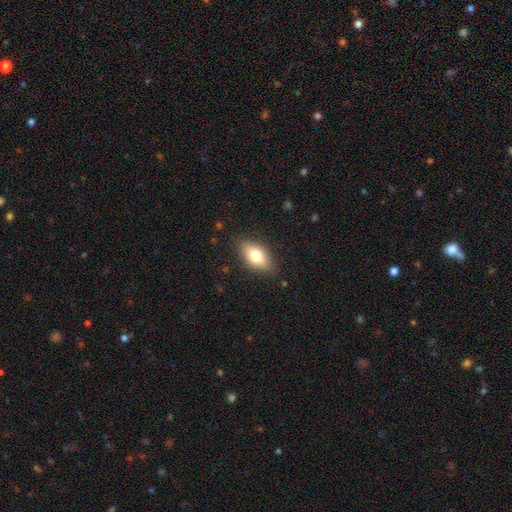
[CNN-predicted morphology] This is likely a smooth galaxy (74%). How rounded: clearly in between (88%). Merging: clearly none (83%).